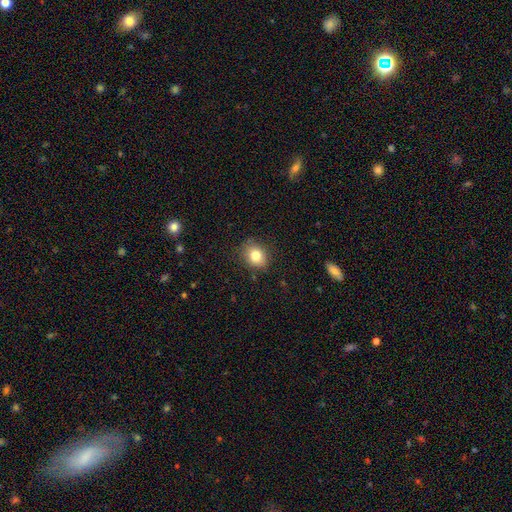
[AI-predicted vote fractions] Morphology: type=smooth (81%); roundness=round (54%); merging=none (83%).